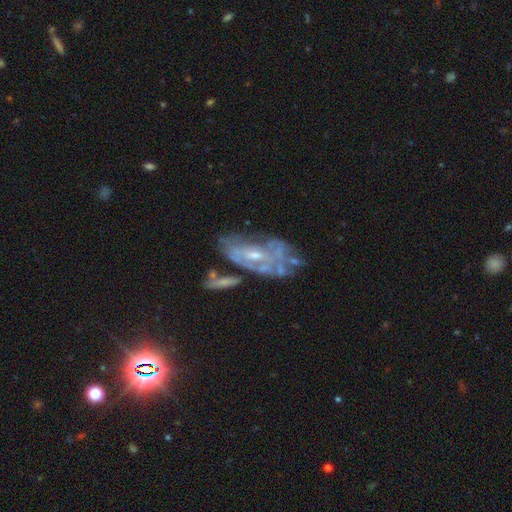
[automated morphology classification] Smooth or featured? Predicted: featured or disk (p=0.73). Edge-on disk? Predicted: no (p=0.92). Bar? Predicted: no (p=0.61). Spiral arms? Predicted: yes (p=0.58). Bulge size? Predicted: small (p=0.56). Merging? Predicted: none (p=0.38).